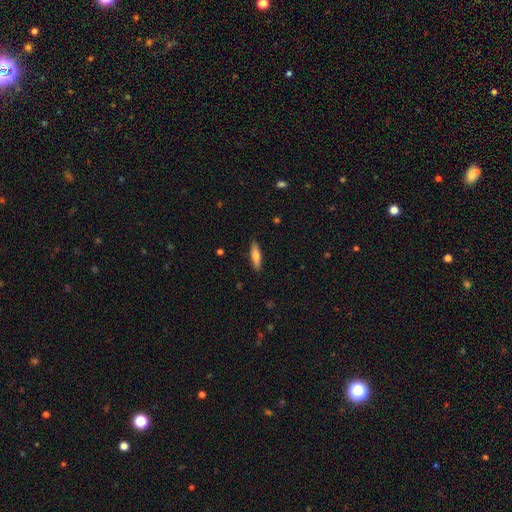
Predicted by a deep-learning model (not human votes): Overall: smooth (71%). How rounded: cigar-shaped (69%; in between 29%). Merging: none (89%).